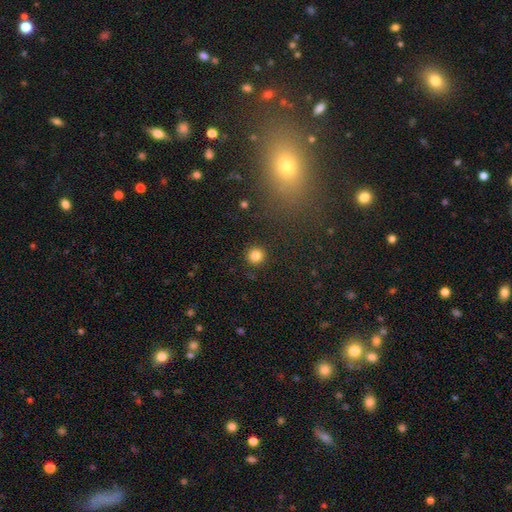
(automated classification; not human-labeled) Overall: smooth (84%). How rounded: round (95%). Merging: none (92%).